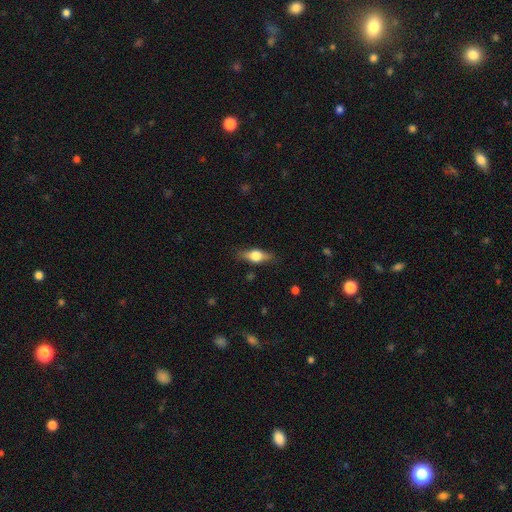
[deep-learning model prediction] smooth_or_featured: smooth (p=0.48) [alt: featured or disk p=0.45]
merging: none (p=0.83) [alt: minor disturbance p=0.13]